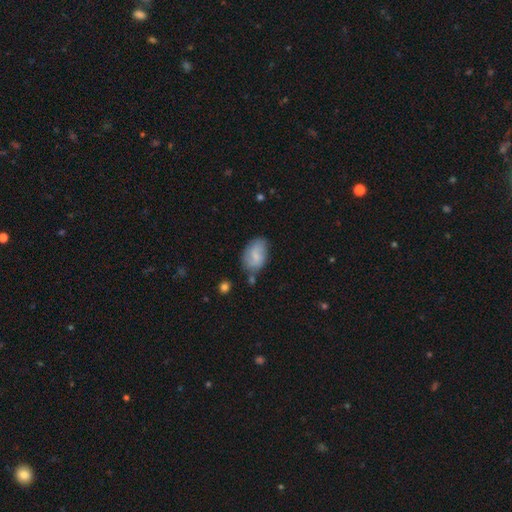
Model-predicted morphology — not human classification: This appears to be a smooth galaxy with no disk features (66%) that is in between round and cigar-shaped (88%). Merging: none (61%).